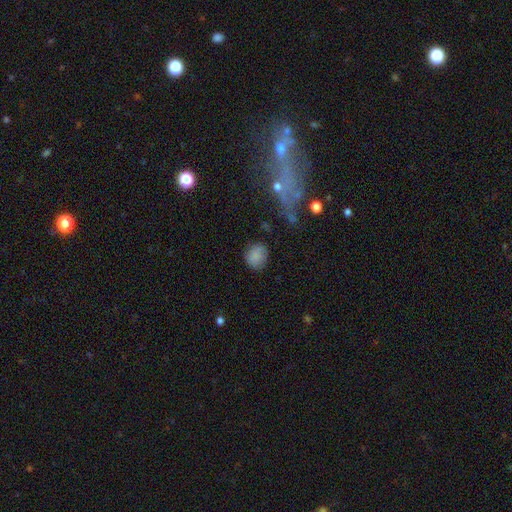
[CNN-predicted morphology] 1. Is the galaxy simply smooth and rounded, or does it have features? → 83% smooth, 10% star or artifact, 7% featured or disk.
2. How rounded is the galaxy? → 71% round, 28% in between, 1% cigar-shaped.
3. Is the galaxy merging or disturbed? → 75% none, 18% minor disturbance, 5% major disturbance, 2% merger.